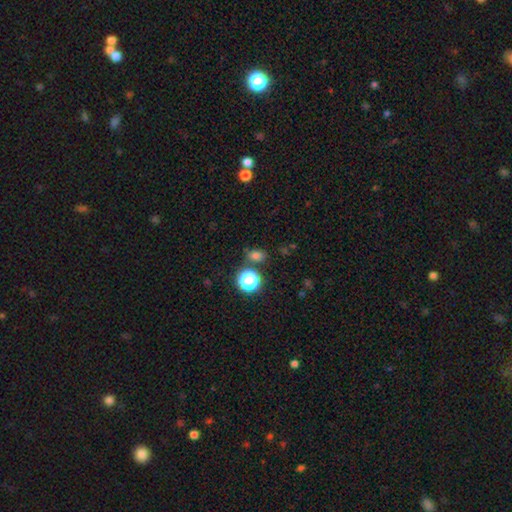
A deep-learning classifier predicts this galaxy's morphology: type=smooth (71%); roundness=in between (58%); merging=none (76%).